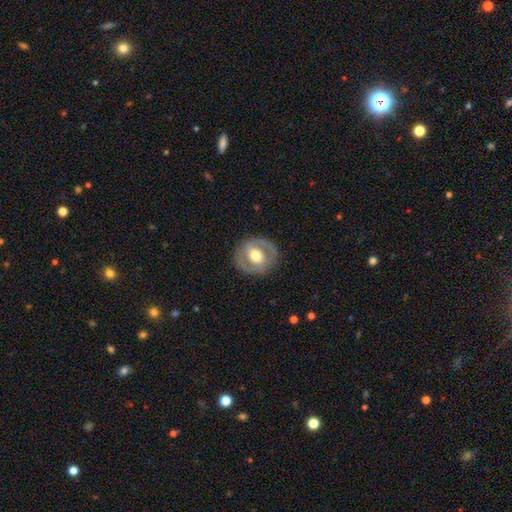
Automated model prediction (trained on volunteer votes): Morphology: type=featured or disk (59%); edge-on=no (95%); bar=no (55%); spiral arms=no (59%); bulge=moderate (67%); merging=none (84%).